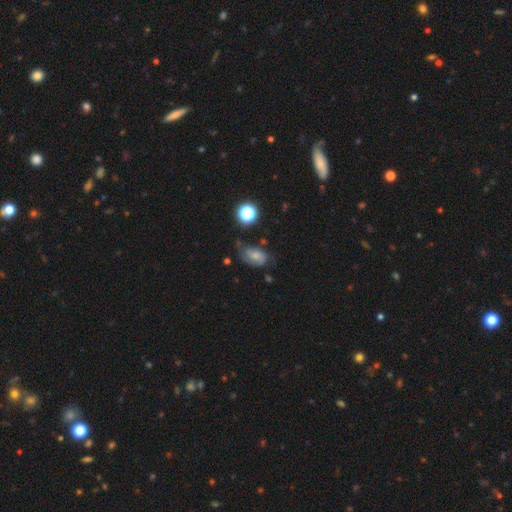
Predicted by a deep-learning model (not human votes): This is possibly a smooth galaxy (50%). How rounded: clearly in between (83%). Merging: marginally none (44%).